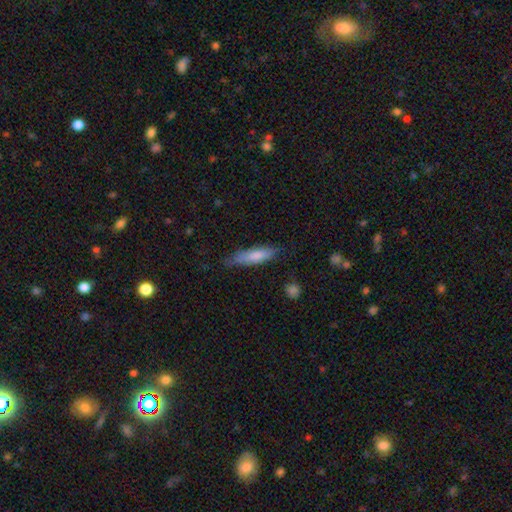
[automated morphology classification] Smooth or featured: smooth — 75% (featured or disk — 19%)
How rounded: cigar-shaped — 72% (in between — 26%)
Merging: none — 72% (minor disturbance — 21%)